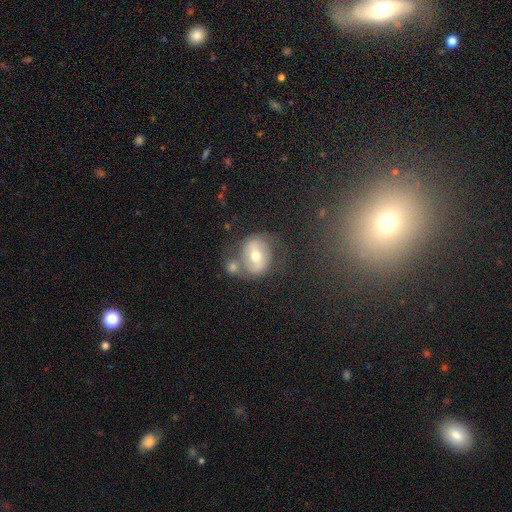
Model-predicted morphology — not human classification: Smooth or featured? Predicted: featured or disk (p=0.52). Edge-on disk? Predicted: no (p=0.95). Merging? Predicted: none (p=0.52).